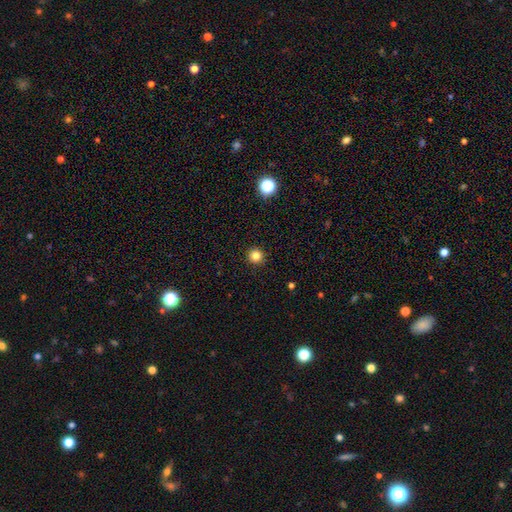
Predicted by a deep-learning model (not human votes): Smooth or featured? smooth (82%)
How rounded? round (95%)
Merging? none (93%)